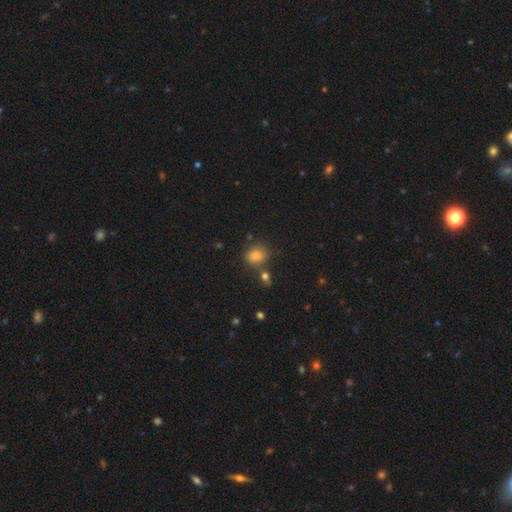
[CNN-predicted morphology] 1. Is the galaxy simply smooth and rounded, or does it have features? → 80% smooth, 14% star or artifact, 6% featured or disk.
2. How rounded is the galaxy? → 61% round, 38% in between, 1% cigar-shaped.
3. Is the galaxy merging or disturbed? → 71% none, 13% minor disturbance, 11% merger, 4% major disturbance.